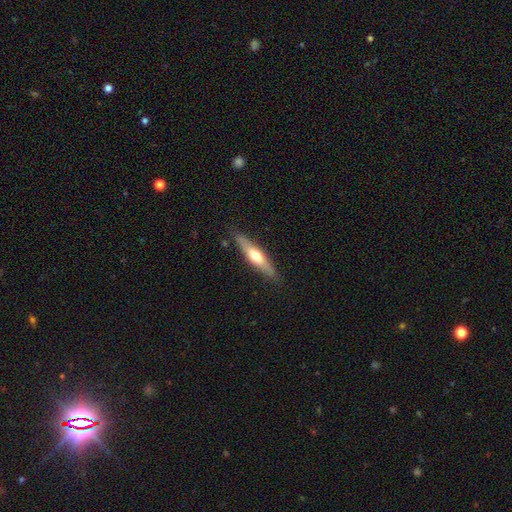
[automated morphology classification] This is possibly a featured or disk galaxy (51%). It is clearly viewed edge-on (89%). Merging: clearly none (85%).